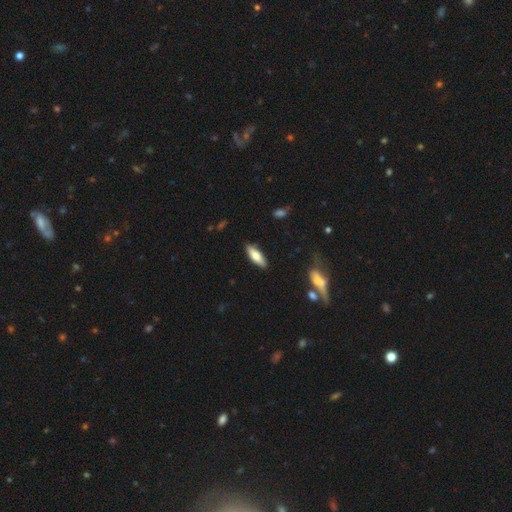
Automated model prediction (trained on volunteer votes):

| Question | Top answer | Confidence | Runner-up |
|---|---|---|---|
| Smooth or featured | smooth | 73% | featured or disk (21%) |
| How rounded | in between | 56% | cigar-shaped (42%) |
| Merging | none | 87% | minor disturbance (10%) |